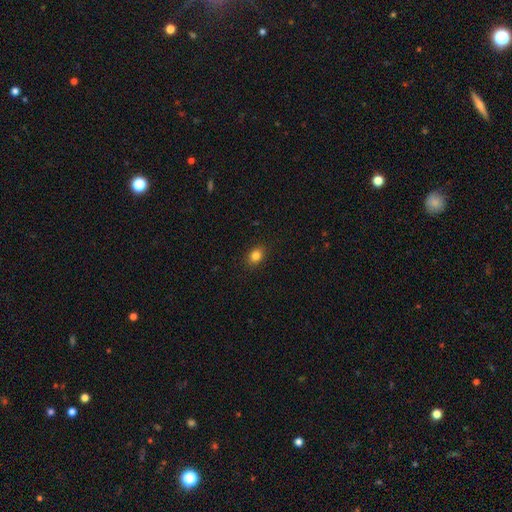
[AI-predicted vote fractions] Overall: smooth (84%). How rounded: in between (62%; round 36%). Merging: none (89%).